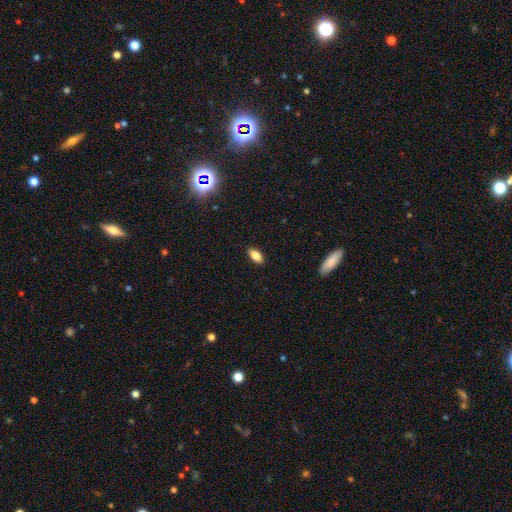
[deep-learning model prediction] Smooth or featured? Predicted: smooth (p=0.82). How rounded? Predicted: in between (p=0.89). Merging? Predicted: none (p=0.89).